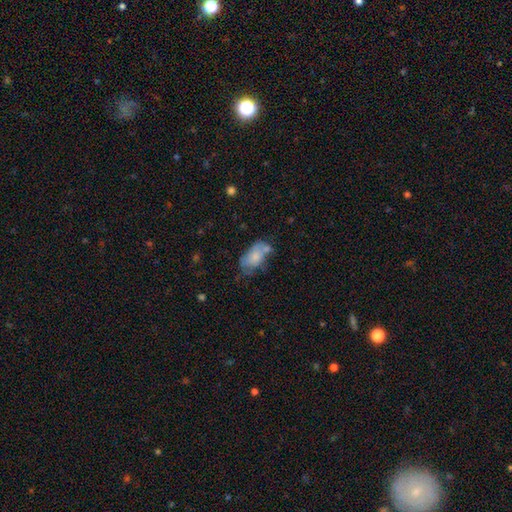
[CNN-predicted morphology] A smooth galaxy with no disk features (66%) that is in between round and cigar-shaped (90%). Merging: none (35%).